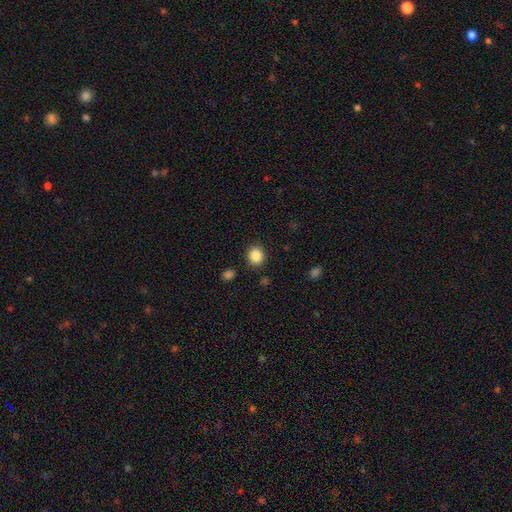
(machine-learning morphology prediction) A smooth galaxy with no disk features (87%) that is round (78%).

Vote fractions:
- Smooth or featured? smooth: 87% / star or artifact: 9% / featured or disk: 3%
- How rounded? round: 78% / in between: 21% / cigar-shaped: 1%
- Merging? none: 89% / minor disturbance: 7% / major disturbance: 2% / merger: 2%